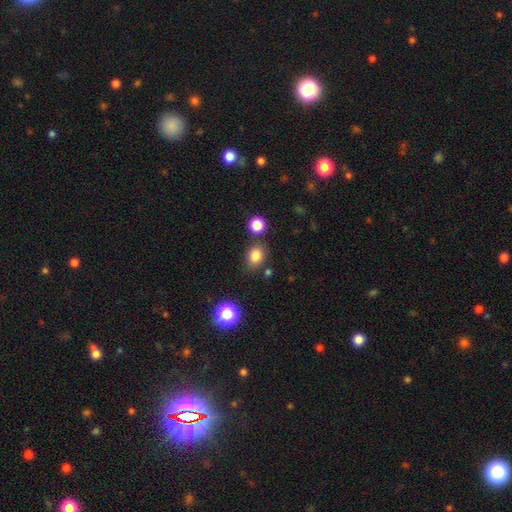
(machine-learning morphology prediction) The model was most divided on "how rounded": in between: 56%, round: 43%, cigar-shaped: 1%. More confident: smooth or featured — smooth (82%); merging — none (74%).